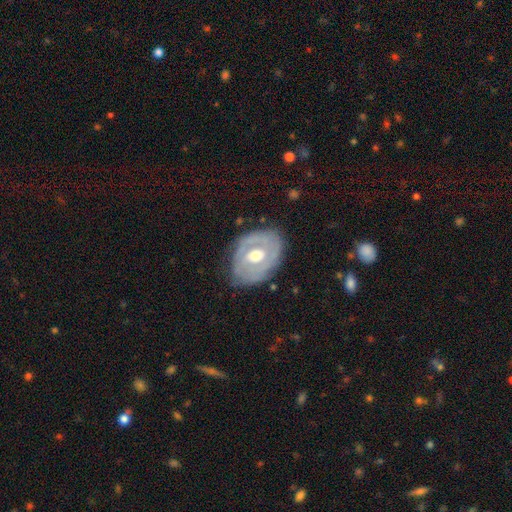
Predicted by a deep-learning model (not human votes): Q: Smooth or featured?
A: featured or disk (74%); runner-up: smooth (21%)
Q: Edge-on disk?
A: no (95%); runner-up: yes (5%)
Q: Bar?
A: no (57%); runner-up: weak (33%)
Q: Spiral arms?
A: yes (57%); runner-up: no (43%)
Q: Bulge size?
A: moderate (75%); runner-up: large (14%)
Q: Merging?
A: none (72%); runner-up: minor disturbance (21%)